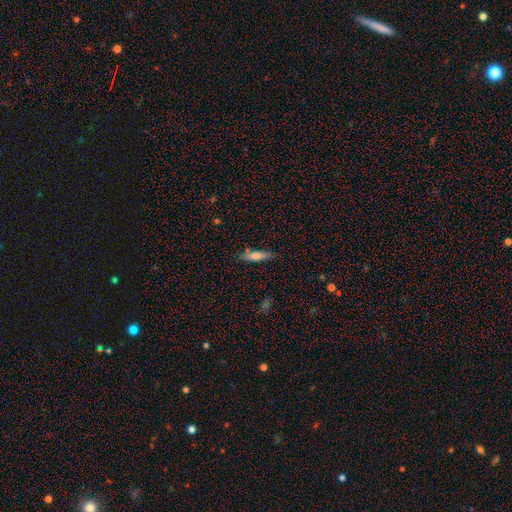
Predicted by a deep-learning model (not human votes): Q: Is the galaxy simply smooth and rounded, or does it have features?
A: smooth — 70%.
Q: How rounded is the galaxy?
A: cigar-shaped — 71%.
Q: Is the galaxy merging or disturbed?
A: none — 80%.